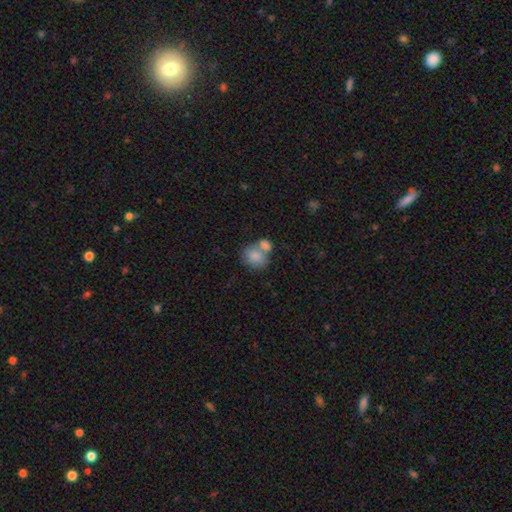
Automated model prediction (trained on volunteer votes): This is clearly a smooth galaxy (81%). How rounded: likely round (61%). Merging: possibly merger (53%).